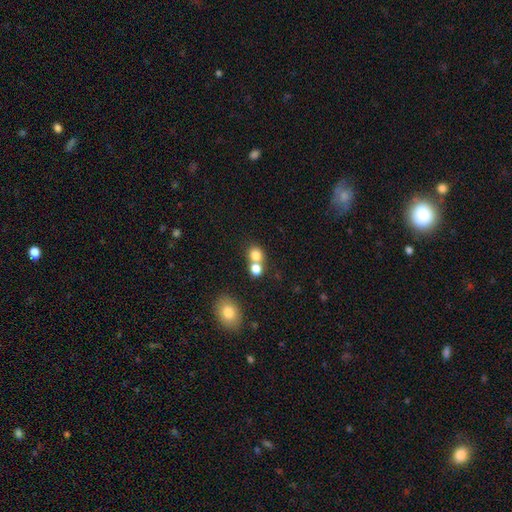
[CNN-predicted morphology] type=smooth (79%); roundness=round (73%); merging=none (46%).